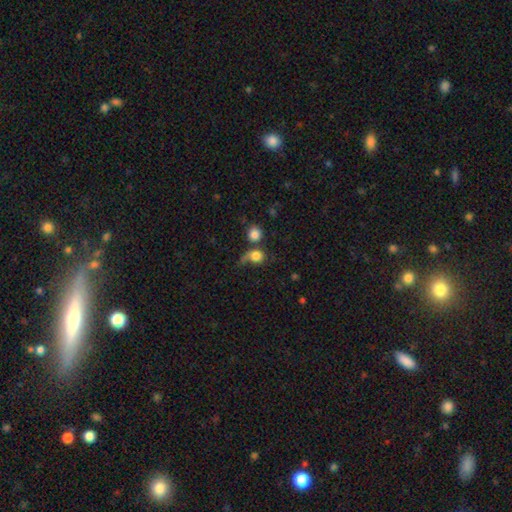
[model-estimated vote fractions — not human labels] Q: Smooth or featured?
A: smooth (74%); runner-up: featured or disk (17%)
Q: How rounded?
A: round (76%); runner-up: in between (23%)
Q: Merging?
A: none (32%); runner-up: major disturbance (26%)